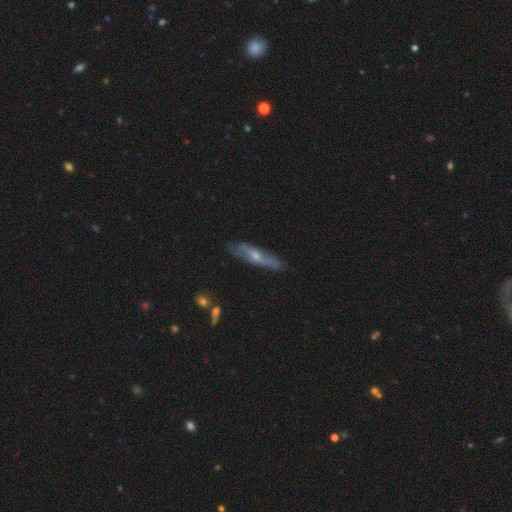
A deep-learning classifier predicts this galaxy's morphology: featured or disk 66%, smooth 27%, star or artifact 7%. Down the decision tree: edge-on disk — yes (58%); merging — none (75%).